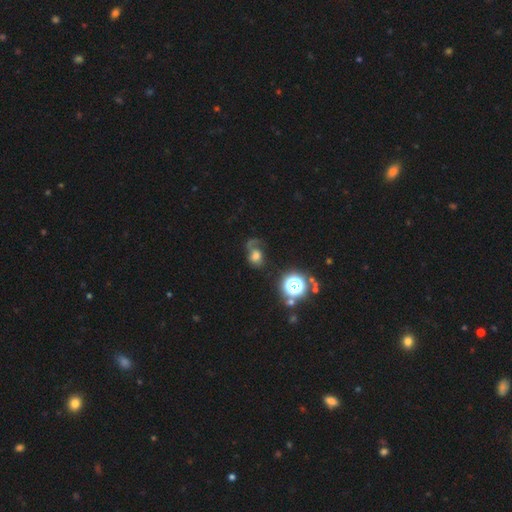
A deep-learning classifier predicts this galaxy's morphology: smooth_or_featured: smooth (p=0.54) [alt: featured or disk p=0.31]
how_rounded: round (p=0.58) [alt: in between p=0.41]
merging: major disturbance (p=0.44) [alt: none p=0.30]